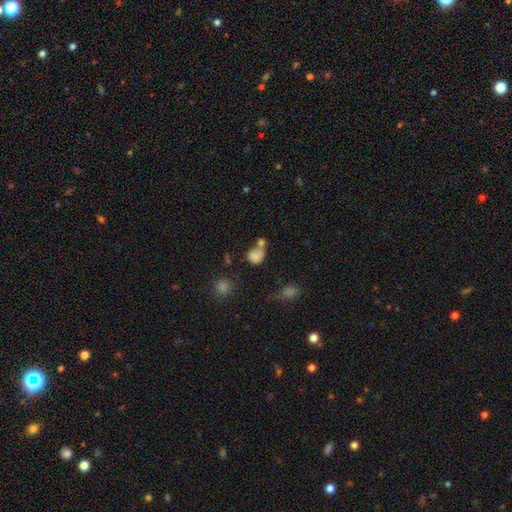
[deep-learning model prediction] Smooth or featured? Predicted: smooth (p=0.79). How rounded? Predicted: round (p=0.65). Merging? Predicted: merger (p=0.41).